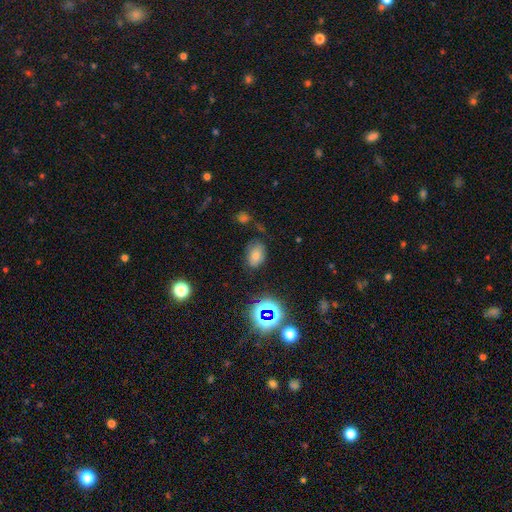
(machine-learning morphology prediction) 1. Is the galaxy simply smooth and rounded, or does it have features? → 68% smooth, 21% star or artifact, 11% featured or disk.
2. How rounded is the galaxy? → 81% in between, 18% round, 1% cigar-shaped.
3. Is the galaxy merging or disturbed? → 70% none, 21% minor disturbance, 6% major disturbance, 3% merger.